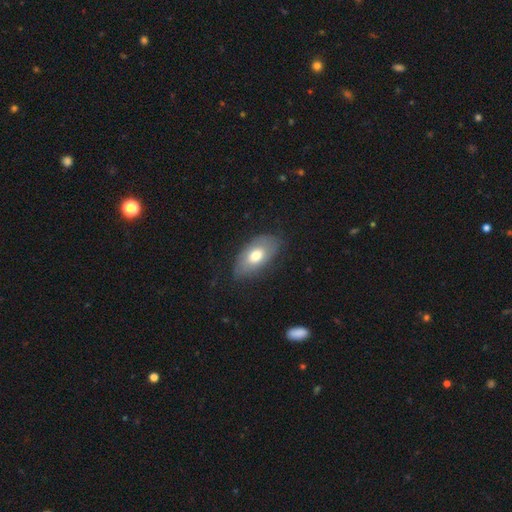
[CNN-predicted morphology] Smooth or featured? Predicted: smooth (p=0.66). How rounded? Predicted: in between (p=0.93). Merging? Predicted: none (p=0.73).